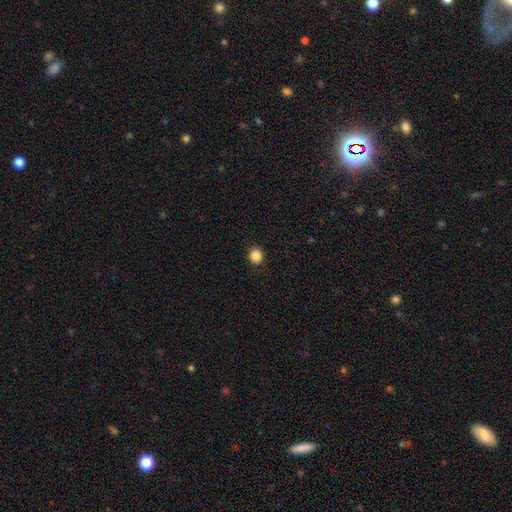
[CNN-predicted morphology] The model was most divided on "how rounded": round: 86%, in between: 13%, cigar-shaped: 1%. More confident: merging — none (91%); smooth or featured — smooth (87%).